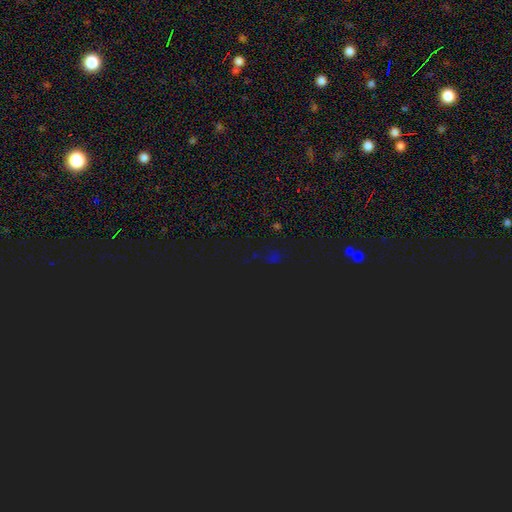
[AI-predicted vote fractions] Morphology: type=star or artifact (74%).